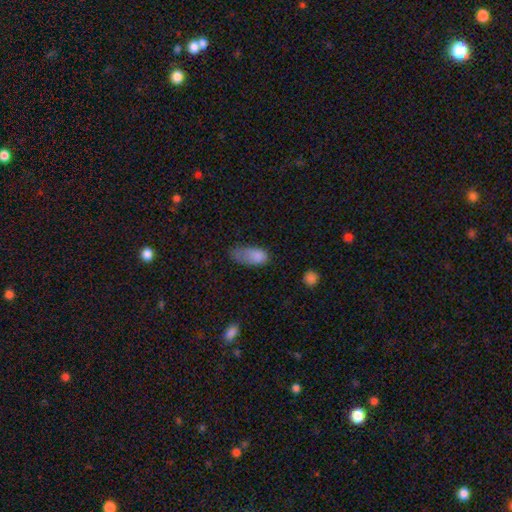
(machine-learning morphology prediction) type=smooth (81%); roundness=in between (88%); merging=minor disturbance (41%).